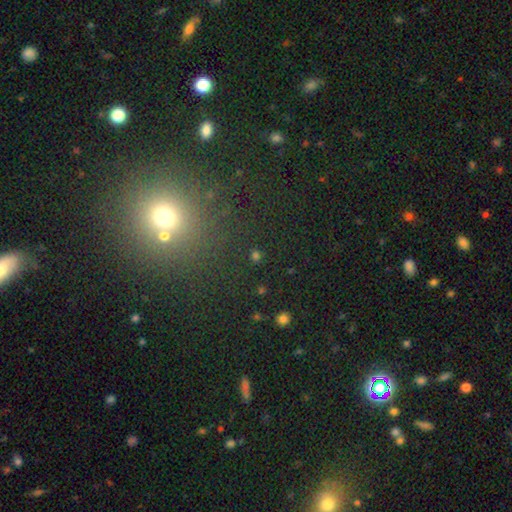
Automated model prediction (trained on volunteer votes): Overall: smooth (57%; star or artifact 35%). How rounded: round (82%). Merging: none (86%).